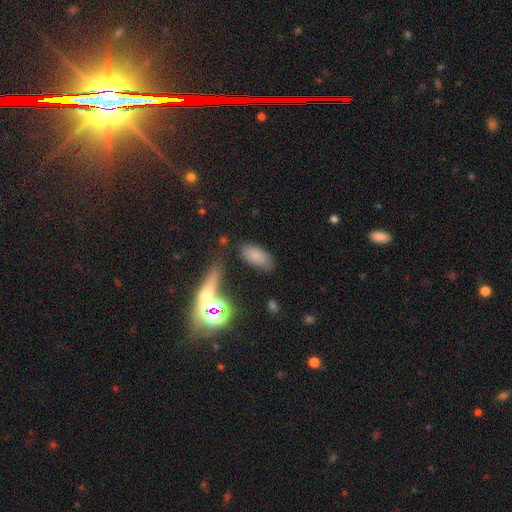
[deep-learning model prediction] This is likely a smooth galaxy (78%). How rounded: clearly in between (89%). Merging: likely none (75%).